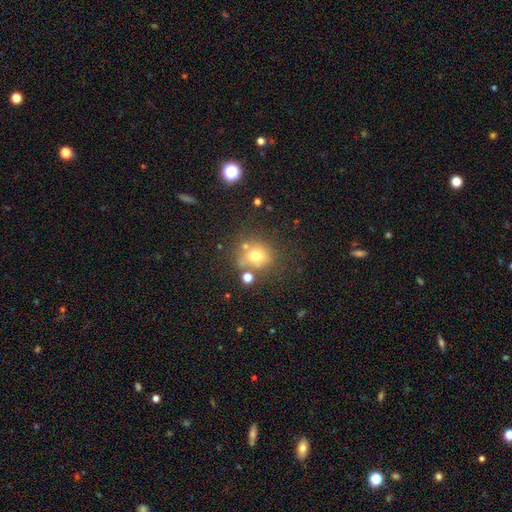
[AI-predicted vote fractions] smooth 68%, star or artifact 16%, featured or disk 15%. Down the decision tree: how rounded — round (80%); merging — none (62%).